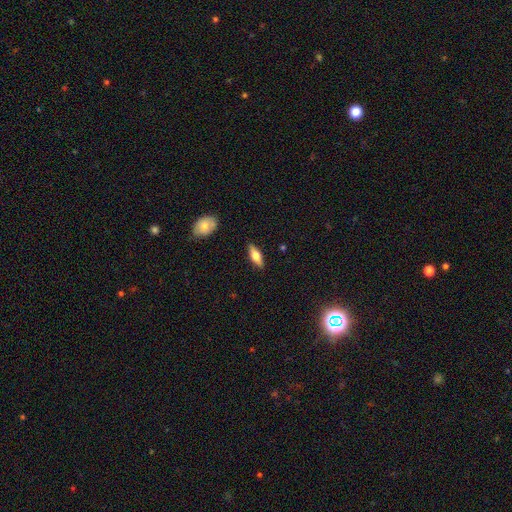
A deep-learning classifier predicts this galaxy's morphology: A smooth galaxy with no disk features (54%) that is in between round and cigar-shaped (58%).

Vote fractions:
- Smooth or featured? smooth: 54% / featured or disk: 40% / star or artifact: 6%
- How rounded? in between: 58% / cigar-shaped: 39% / round: 3%
- Merging? none: 86% / minor disturbance: 10% / major disturbance: 2% / merger: 1%